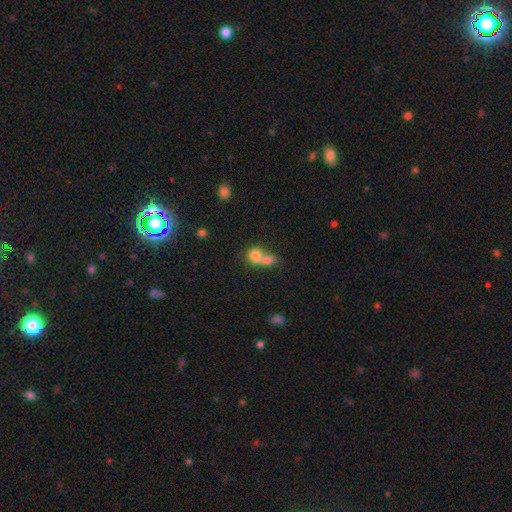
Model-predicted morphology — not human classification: smooth 76%, featured or disk 14%, star or artifact 10%. Down the decision tree: how rounded — round (63%); merging — merger (72%).